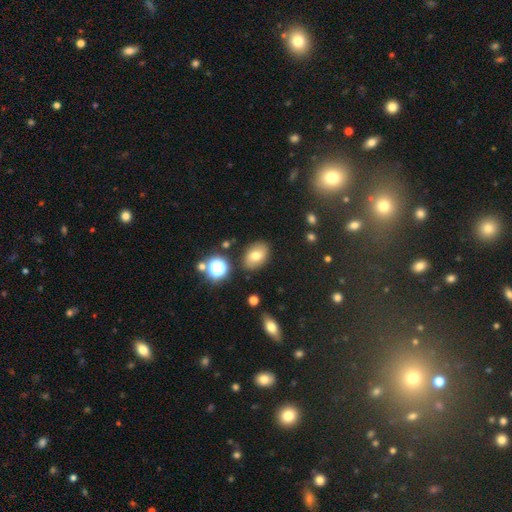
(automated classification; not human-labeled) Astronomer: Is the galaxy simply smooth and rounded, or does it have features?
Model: smooth — 71%.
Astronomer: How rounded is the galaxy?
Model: in between — 80%.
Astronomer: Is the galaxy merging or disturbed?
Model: none — 84%.